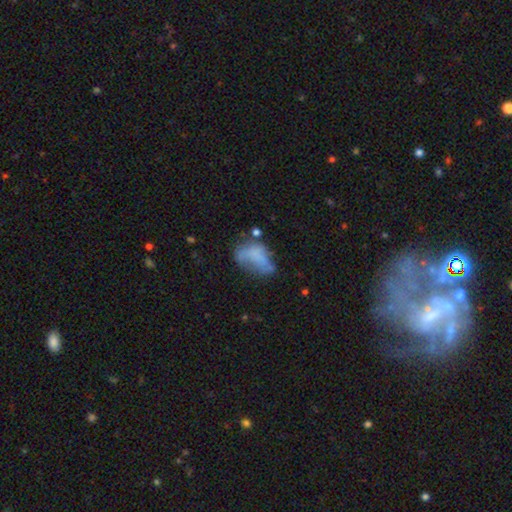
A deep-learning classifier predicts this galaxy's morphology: A smooth galaxy with no disk features (55%) that is in between round and cigar-shaped (86%). Merging: major disturbance (33%).